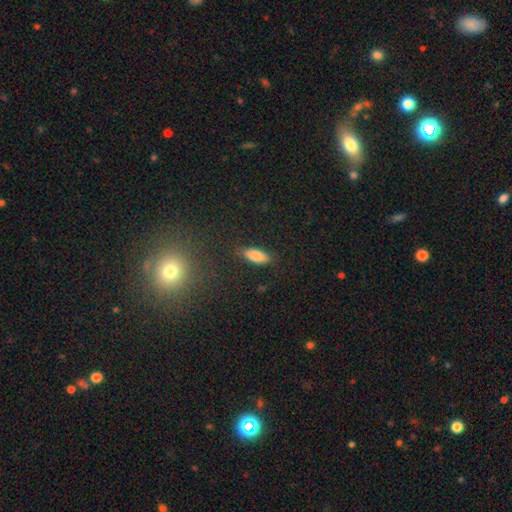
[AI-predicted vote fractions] smooth 85%, star or artifact 7%, featured or disk 7%. Down the decision tree: how rounded — in between (81%); merging — none (83%).